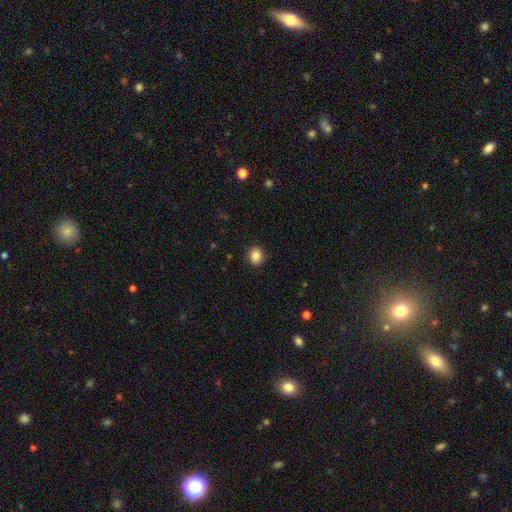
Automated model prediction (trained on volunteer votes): Smooth or featured: smooth — 86% (star or artifact — 9%)
How rounded: round — 69% (in between — 30%)
Merging: none — 90% (minor disturbance — 7%)